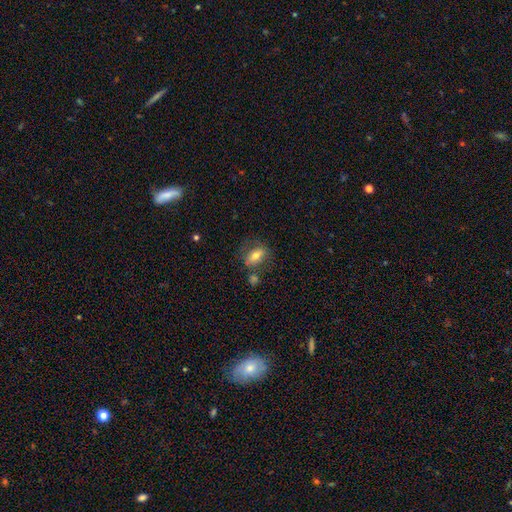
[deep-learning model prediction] smooth-or-featured: smooth: 65% | featured or disk: 26% | star or artifact: 9%
  how-rounded: in between: 79% | round: 15% | cigar-shaped: 6%
  merging: none: 58% | minor disturbance: 18% | merger: 14% | major disturbance: 10%